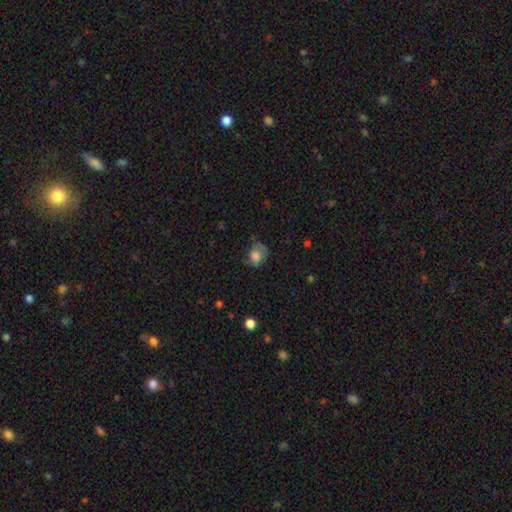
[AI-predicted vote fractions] smooth-or-featured: smooth: 68% | featured or disk: 22% | star or artifact: 10%
  how-rounded: in between: 52% | round: 47% | cigar-shaped: 1%
  merging: none: 41% | minor disturbance: 30% | major disturbance: 26% | merger: 2%